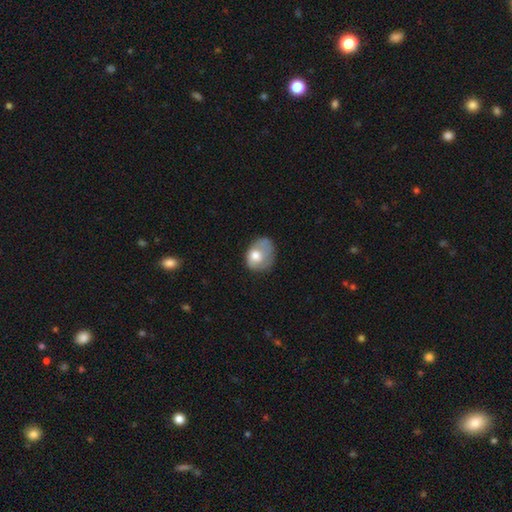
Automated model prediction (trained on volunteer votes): Morphology: type=smooth (64%); roundness=in between (54%); merging=minor disturbance (35%).